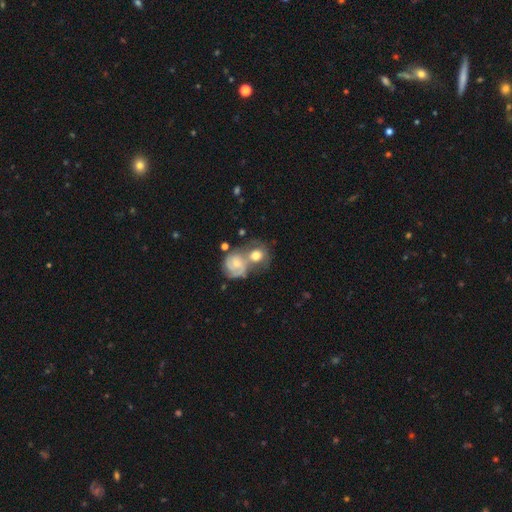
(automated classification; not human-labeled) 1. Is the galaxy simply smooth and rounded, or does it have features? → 51% featured or disk, 41% smooth, 8% star or artifact.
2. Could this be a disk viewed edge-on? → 96% no, 4% yes.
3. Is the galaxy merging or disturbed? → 56% merger, 28% none, 10% minor disturbance, 6% major disturbance.